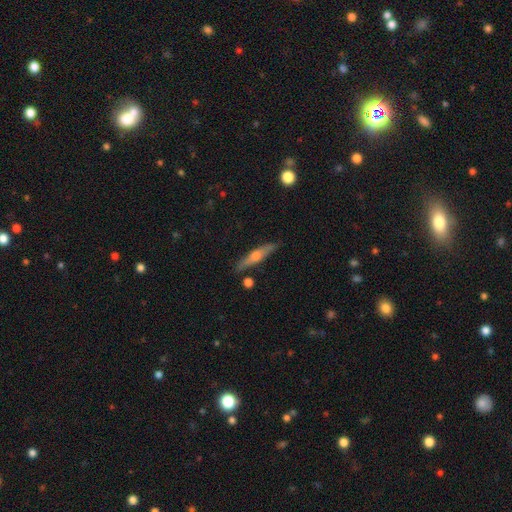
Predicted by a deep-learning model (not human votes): Q: Smooth or featured?
A: featured or disk (61%); runner-up: smooth (33%)
Q: Edge-on disk?
A: yes (94%); runner-up: no (6%)
Q: Edge-on bulge?
A: rounded (92%); runner-up: none (5%)
Q: Merging?
A: none (86%); runner-up: minor disturbance (10%)